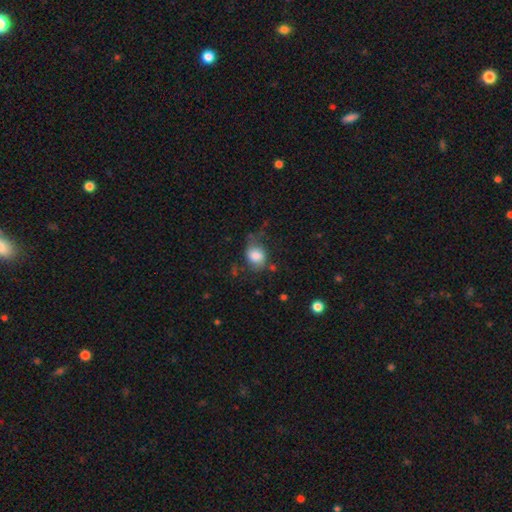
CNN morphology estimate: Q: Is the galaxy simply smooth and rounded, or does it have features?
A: smooth — 76%.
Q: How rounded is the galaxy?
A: in between — 52%.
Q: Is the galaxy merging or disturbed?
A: none — 51%.